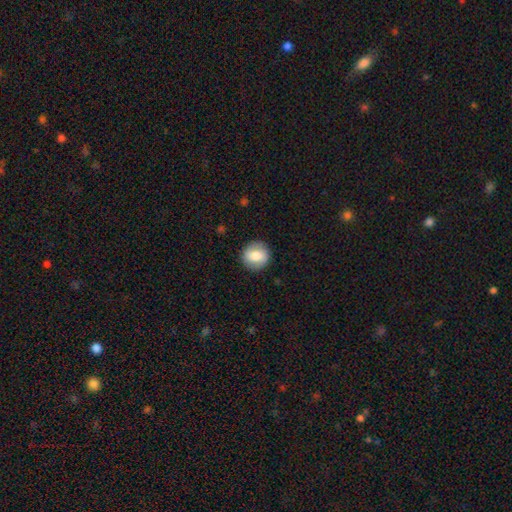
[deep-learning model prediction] A smooth galaxy with no disk features (69%) that is round (89%).

Vote fractions:
- Smooth or featured? smooth: 69% / featured or disk: 23% / star or artifact: 8%
- How rounded? round: 89% / in between: 10% / cigar-shaped: 1%
- Merging? none: 89% / minor disturbance: 8% / major disturbance: 3% / merger: 1%